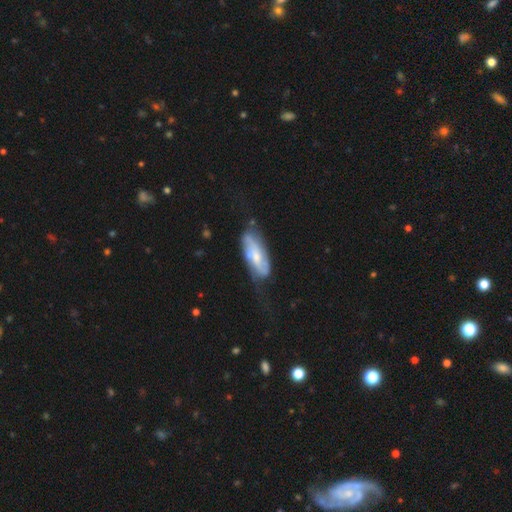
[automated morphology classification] smooth_or_featured: featured or disk (p=0.60) [alt: smooth p=0.34]
disk_edge_on: no (p=0.86) [alt: yes p=0.14]
bar: no (p=0.57) [alt: weak p=0.34]
has_spiral_arms: yes (p=0.84) [alt: no p=0.16]
bulge_size: moderate (p=0.46) [alt: small p=0.42]
merging: none (p=0.54) [alt: minor disturbance p=0.28]